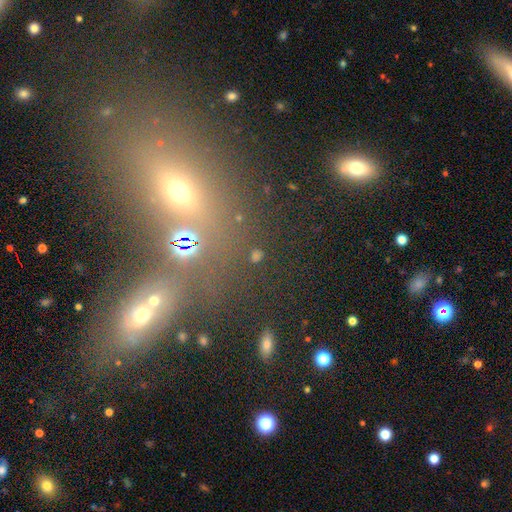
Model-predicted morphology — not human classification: smooth-or-featured: smooth: 45% | star or artifact: 43% | featured or disk: 11%
  merging: none: 78% | minor disturbance: 9% | merger: 8% | major disturbance: 6%